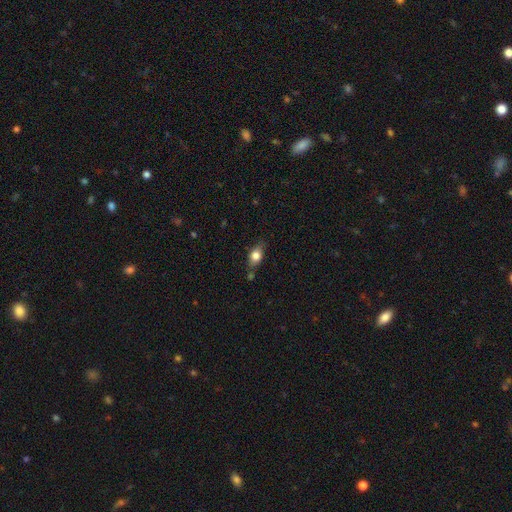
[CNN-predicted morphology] The model was most divided on "merging": none: 67%, minor disturbance: 21%, merger: 6%, major disturbance: 5%. More confident: how rounded — in between (74%); smooth or featured — smooth (73%).